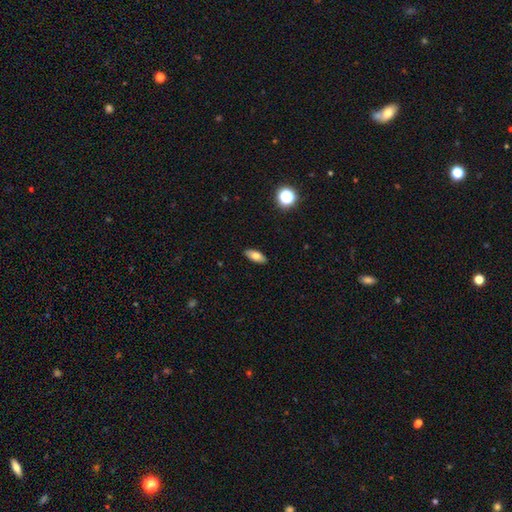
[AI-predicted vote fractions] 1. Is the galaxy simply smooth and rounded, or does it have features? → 76% smooth, 16% featured or disk, 8% star or artifact.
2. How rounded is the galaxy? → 85% in between, 12% cigar-shaped, 3% round.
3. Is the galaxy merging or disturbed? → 89% none, 8% minor disturbance, 2% major disturbance, 1% merger.